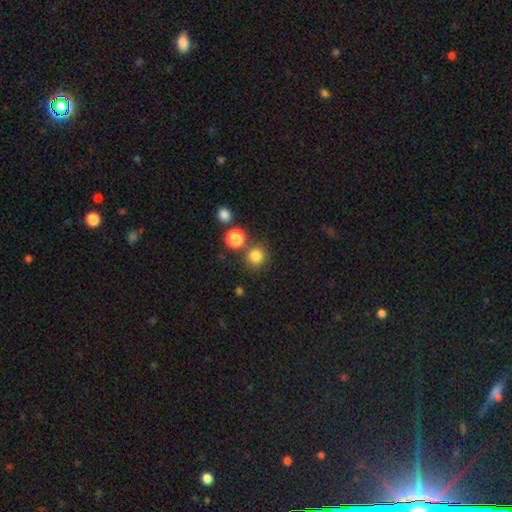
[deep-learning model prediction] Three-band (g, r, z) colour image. It shows a smooth galaxy with no disk features (81%) that is round (89%). Merging: none (74%).